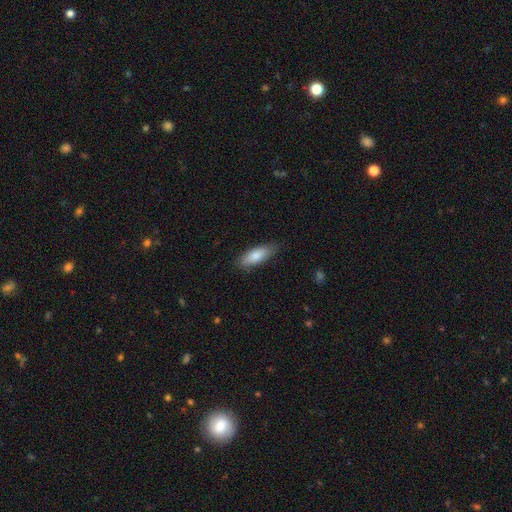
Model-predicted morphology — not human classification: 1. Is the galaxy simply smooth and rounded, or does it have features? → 82% smooth, 12% featured or disk, 6% star or artifact.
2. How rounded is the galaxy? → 67% in between, 31% cigar-shaped, 2% round.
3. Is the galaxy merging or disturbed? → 81% none, 15% minor disturbance, 3% major disturbance, 1% merger.